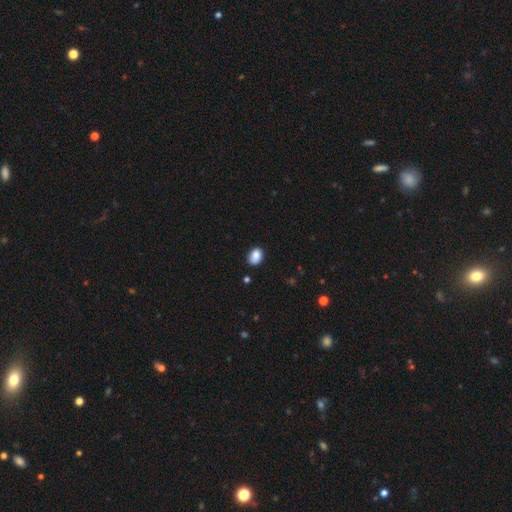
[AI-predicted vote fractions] This appears to be a smooth galaxy with no disk features (87%) that is in between round and cigar-shaped (72%). Merging: none (81%).